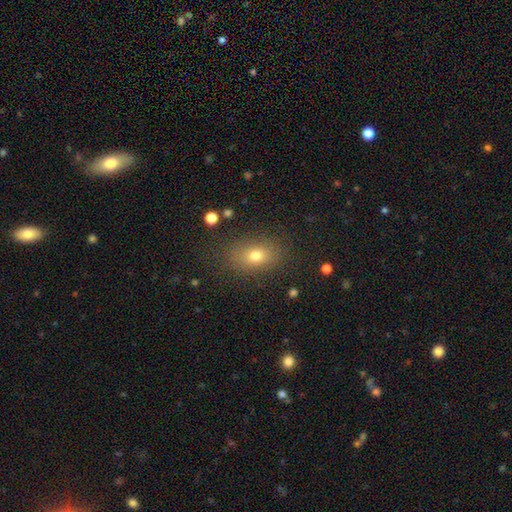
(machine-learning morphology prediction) A smooth galaxy with no disk features (74%) that is in between round and cigar-shaped (79%). Merging: none (83%).